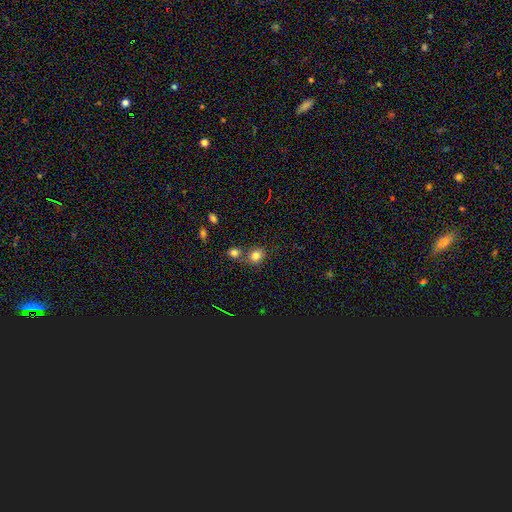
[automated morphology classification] smooth 80%, star or artifact 13%, featured or disk 7%. Down the decision tree: how rounded — round (65%); merging — none (65%).